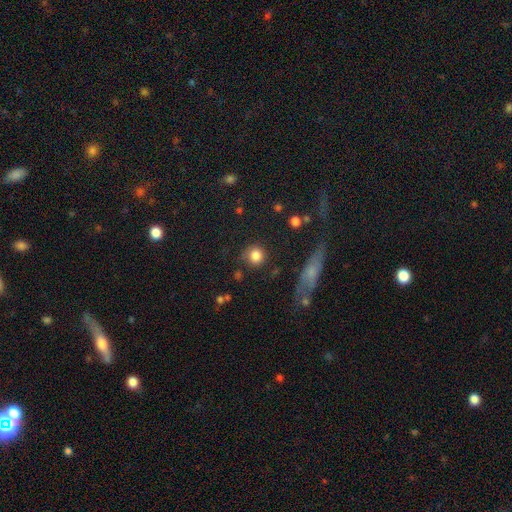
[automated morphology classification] Smooth or featured?
  - smooth: 84% *
  - star or artifact: 10%
  - featured or disk: 7%
How rounded?
  - round: 91% *
  - in between: 8%
  - cigar-shaped: 1%
Merging?
  - none: 82% *
  - minor disturbance: 11%
  - major disturbance: 4%
  - merger: 3%